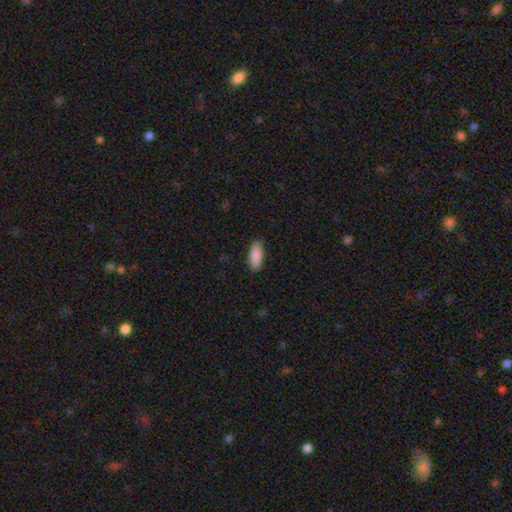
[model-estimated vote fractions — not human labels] Overall: smooth (88%). How rounded: in between (80%). Merging: none (88%).